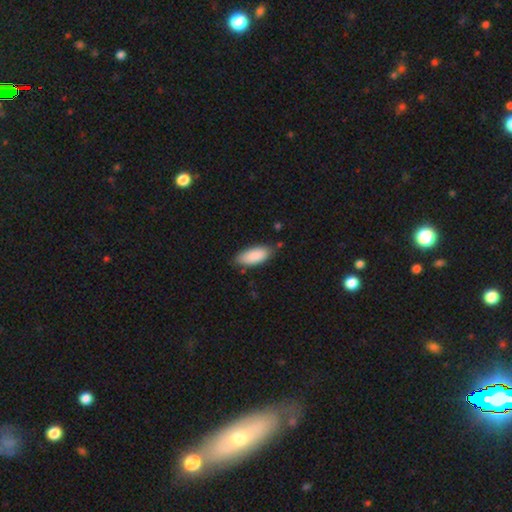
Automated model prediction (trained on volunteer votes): smooth_or_featured: smooth (p=0.89) [alt: star or artifact p=0.06]
how_rounded: in between (p=0.84) [alt: cigar-shaped p=0.14]
merging: none (p=0.76) [alt: minor disturbance p=0.18]